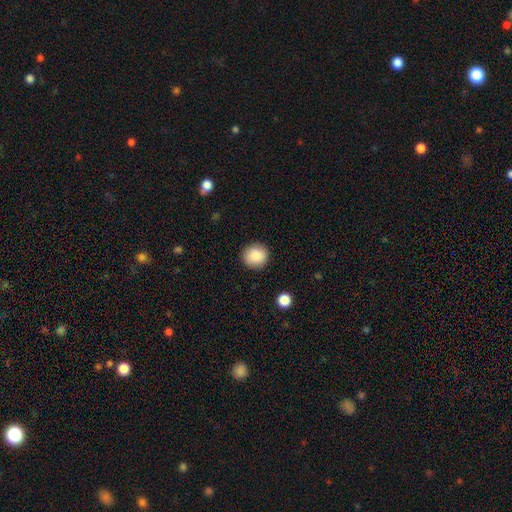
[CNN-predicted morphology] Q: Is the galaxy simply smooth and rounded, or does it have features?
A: smooth — 88%.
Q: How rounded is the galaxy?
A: round — 90%.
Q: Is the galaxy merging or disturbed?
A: none — 90%.